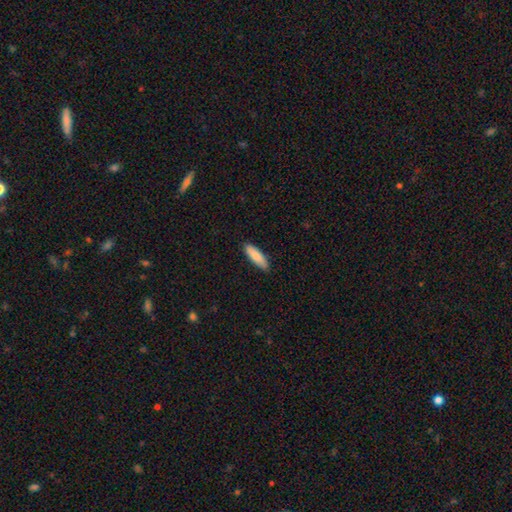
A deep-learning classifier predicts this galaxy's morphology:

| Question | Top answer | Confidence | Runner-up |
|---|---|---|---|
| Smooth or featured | smooth | 87% | featured or disk (8%) |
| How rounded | cigar-shaped | 50% | in between (49%) |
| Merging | none | 87% | minor disturbance (11%) |